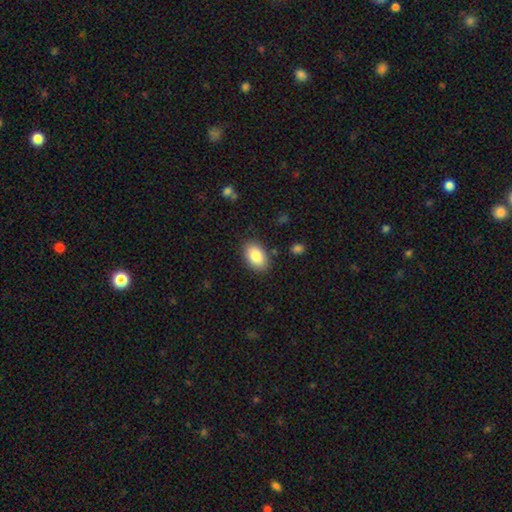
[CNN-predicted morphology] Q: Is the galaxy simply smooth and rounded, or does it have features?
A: smooth — 86%.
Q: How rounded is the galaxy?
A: in between — 91%.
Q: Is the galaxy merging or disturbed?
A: none — 86%.